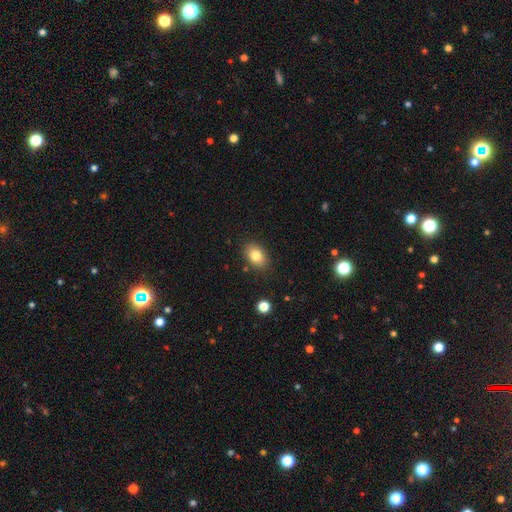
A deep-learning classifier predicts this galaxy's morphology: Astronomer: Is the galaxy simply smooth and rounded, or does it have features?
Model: smooth — 82%.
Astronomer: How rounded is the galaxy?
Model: in between — 78%.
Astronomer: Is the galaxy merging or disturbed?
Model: none — 85%.